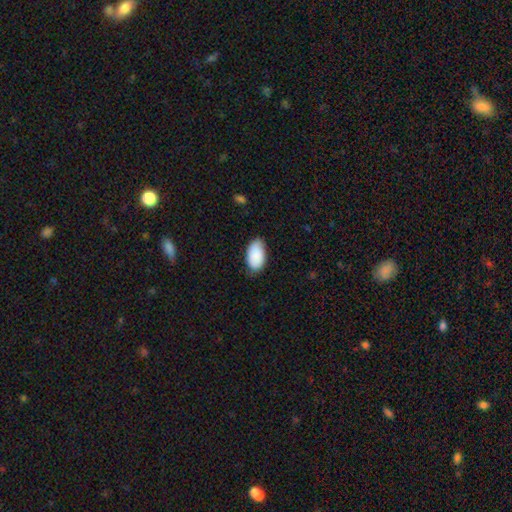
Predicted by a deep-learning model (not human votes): A smooth galaxy with no disk features (89%) that is in between round and cigar-shaped (95%). Merging: none (72%).